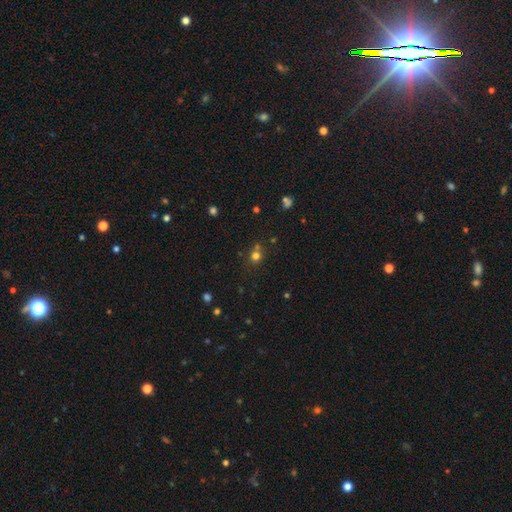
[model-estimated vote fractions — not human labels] Q: Smooth or featured?
A: smooth (69%); runner-up: star or artifact (23%)
Q: How rounded?
A: round (87%); runner-up: in between (12%)
Q: Merging?
A: none (66%); runner-up: merger (20%)